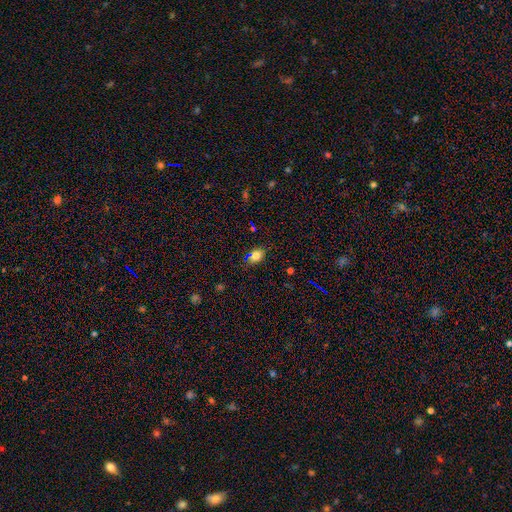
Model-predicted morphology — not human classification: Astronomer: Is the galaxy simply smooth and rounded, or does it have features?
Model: smooth — 74%.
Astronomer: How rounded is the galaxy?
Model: in between — 68%.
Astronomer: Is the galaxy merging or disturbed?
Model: none — 77%.